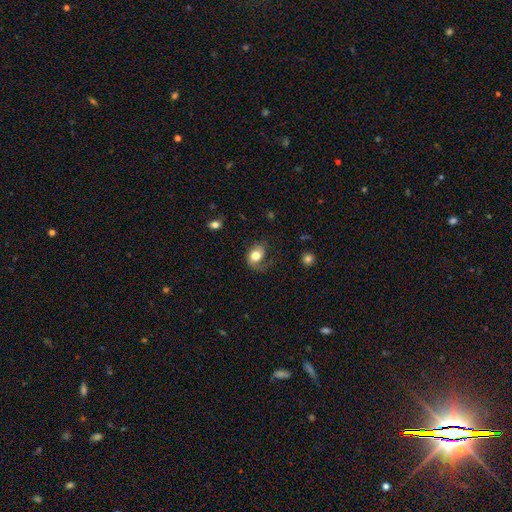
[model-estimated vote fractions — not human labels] Smooth or featured?
  - smooth: 67% *
  - featured or disk: 25%
  - star or artifact: 8%
How rounded?
  - in between: 61% *
  - round: 38%
  - cigar-shaped: 1%
Merging?
  - none: 43% *
  - minor disturbance: 28%
  - major disturbance: 27%
  - merger: 2%